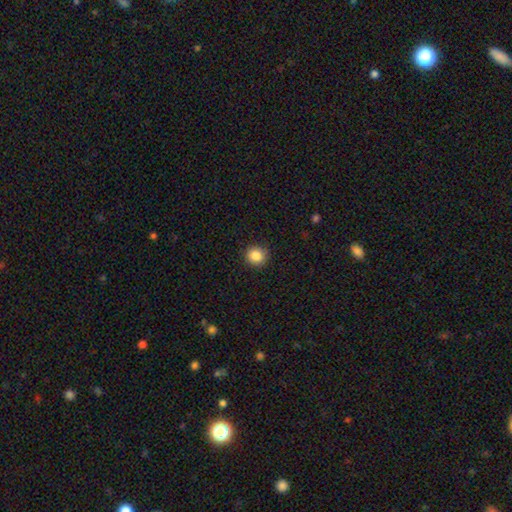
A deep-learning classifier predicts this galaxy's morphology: This appears to be a smooth galaxy with no disk features (87%) that is round (92%). Merging: none (90%).